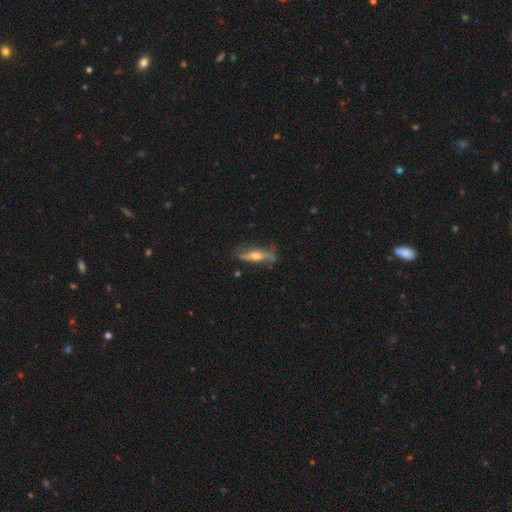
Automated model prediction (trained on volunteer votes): smooth-or-featured: featured or disk: 60% | smooth: 34% | star or artifact: 7%
  disk-edge-on: yes: 82% | no: 18%
  merging: none: 68% | minor disturbance: 22% | major disturbance: 7% | merger: 2%